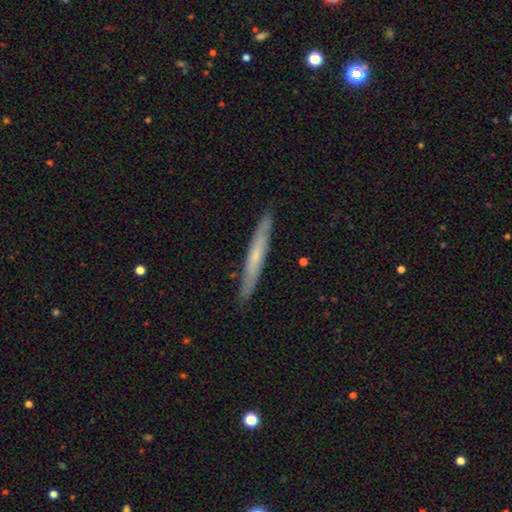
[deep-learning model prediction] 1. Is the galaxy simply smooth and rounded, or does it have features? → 49% featured or disk, 45% smooth, 6% star or artifact.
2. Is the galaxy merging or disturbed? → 89% none, 8% minor disturbance, 1% major disturbance, 1% merger.